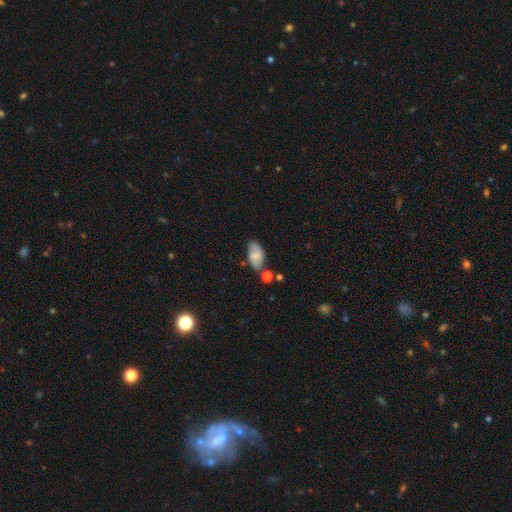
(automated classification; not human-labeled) Smooth or featured? Predicted: smooth (p=0.69). How rounded? Predicted: in between (p=0.92). Merging? Predicted: none (p=0.60).